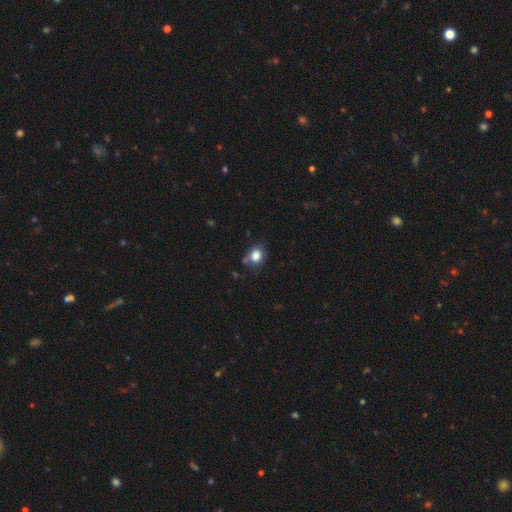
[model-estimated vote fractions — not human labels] Smooth or featured? smooth (82%)
How rounded? round (55%)
Merging? none (63%)